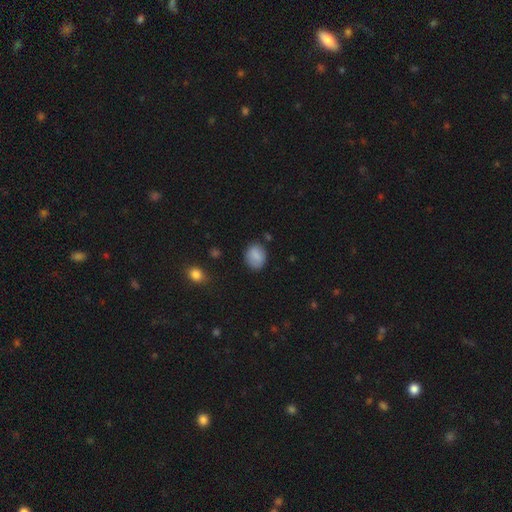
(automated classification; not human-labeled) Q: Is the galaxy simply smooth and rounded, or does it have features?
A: smooth — 84%.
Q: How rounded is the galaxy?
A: round — 51%.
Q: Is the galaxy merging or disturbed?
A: none — 81%.